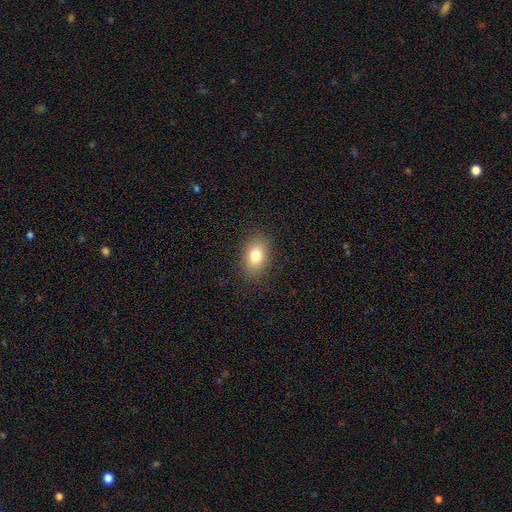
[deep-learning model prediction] Q: Smooth or featured?
A: smooth (79%); runner-up: featured or disk (11%)
Q: How rounded?
A: in between (80%); runner-up: round (19%)
Q: Merging?
A: none (87%); runner-up: minor disturbance (9%)